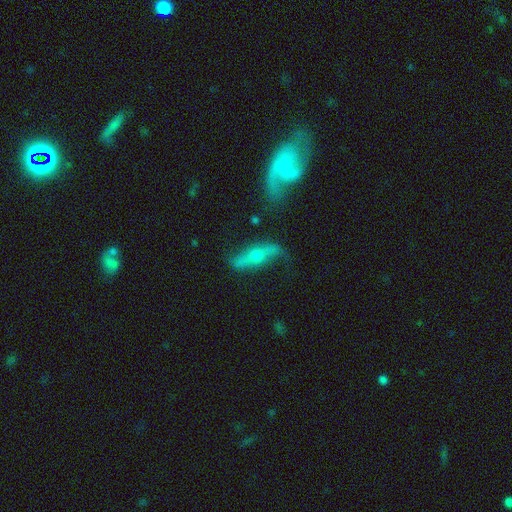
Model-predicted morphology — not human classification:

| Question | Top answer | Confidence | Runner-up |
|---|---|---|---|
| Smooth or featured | featured or disk | 75% | smooth (18%) |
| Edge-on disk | no | 64% | yes (36%) |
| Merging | none | 58% | minor disturbance (21%) |